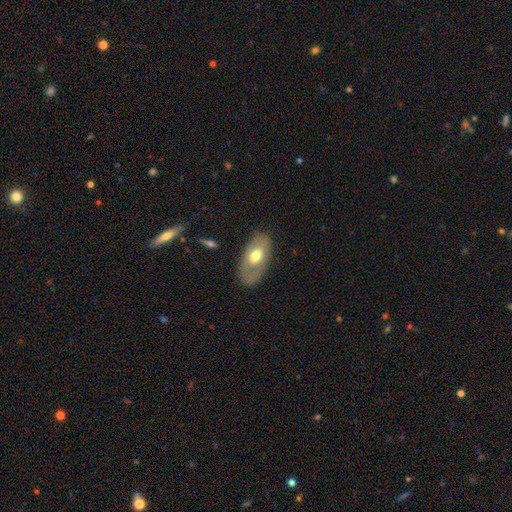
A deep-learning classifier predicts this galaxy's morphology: Q: Smooth or featured?
A: smooth (55%); runner-up: featured or disk (39%)
Q: How rounded?
A: in between (91%); runner-up: round (6%)
Q: Merging?
A: none (65%); runner-up: minor disturbance (23%)